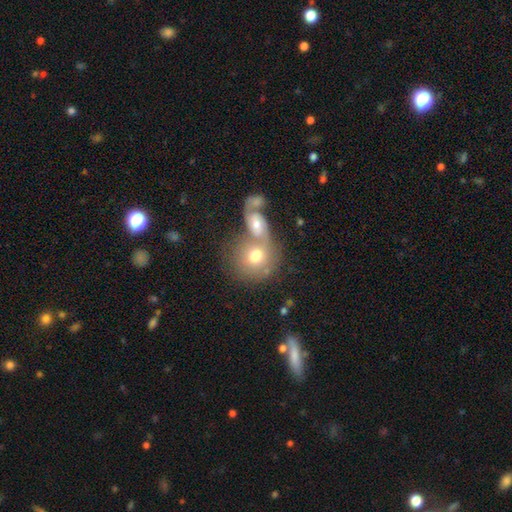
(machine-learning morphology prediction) type=smooth (61%); roundness=round (75%); merging=merger (53%).